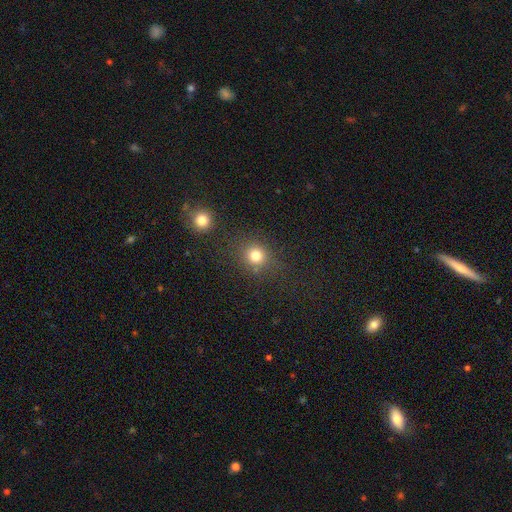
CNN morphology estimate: type=smooth (79%); roundness=round (84%); merging=none (76%).